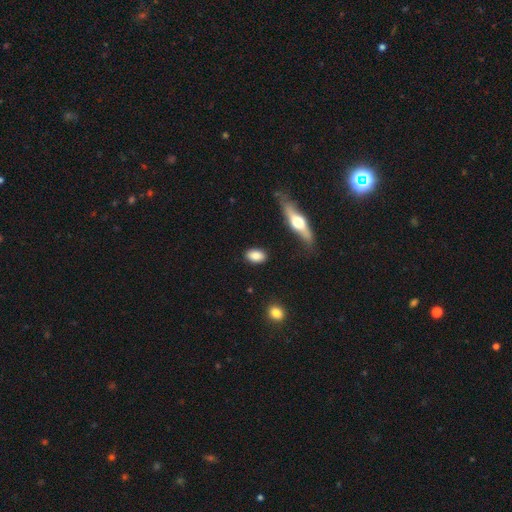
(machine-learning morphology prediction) A smooth galaxy with no disk features (84%) that is in between round and cigar-shaped (85%).

Vote fractions:
- Smooth or featured? smooth: 84% / featured or disk: 10% / star or artifact: 6%
- How rounded? in between: 85% / round: 11% / cigar-shaped: 4%
- Merging? none: 87% / minor disturbance: 9% / major disturbance: 2% / merger: 2%